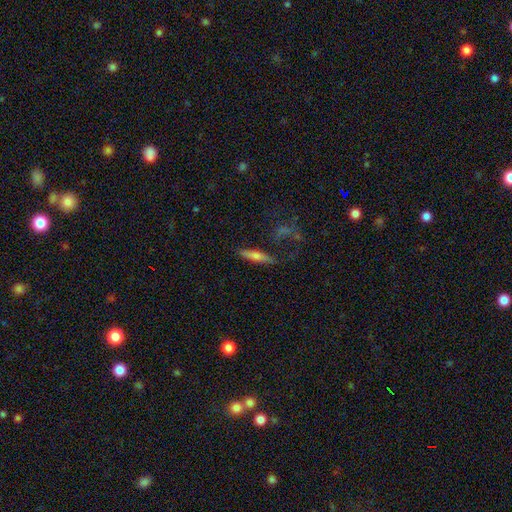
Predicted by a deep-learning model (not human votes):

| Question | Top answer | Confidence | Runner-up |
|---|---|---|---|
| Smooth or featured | smooth | 58% | featured or disk (34%) |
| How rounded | cigar-shaped | 79% | in between (18%) |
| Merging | none | 78% | minor disturbance (14%) |